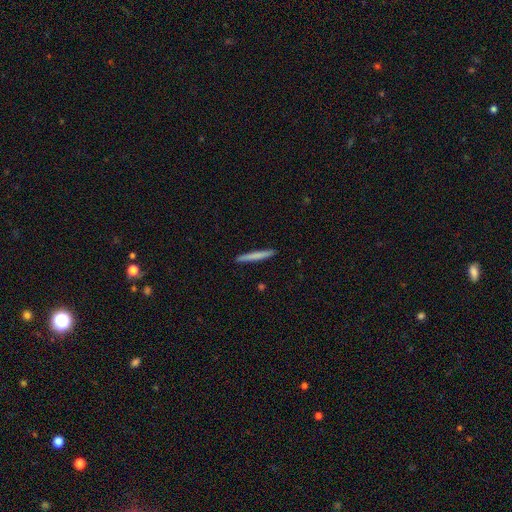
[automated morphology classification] Smooth or featured? Predicted: smooth (p=0.72). How rounded? Predicted: cigar-shaped (p=0.97). Merging? Predicted: none (p=0.92).